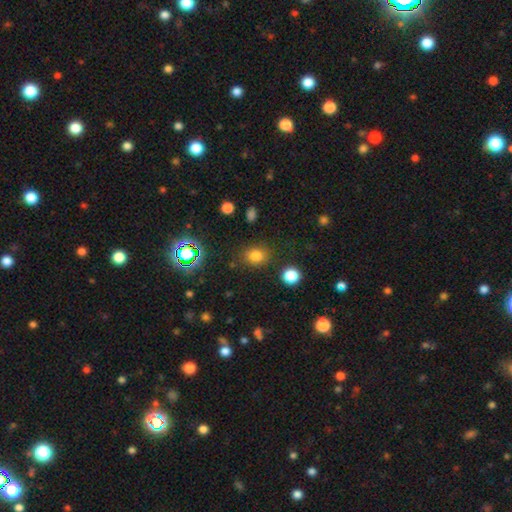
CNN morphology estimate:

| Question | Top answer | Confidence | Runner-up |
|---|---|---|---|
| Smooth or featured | smooth | 76% | star or artifact (17%) |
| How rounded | round | 60% | in between (39%) |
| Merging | none | 81% | minor disturbance (11%) |